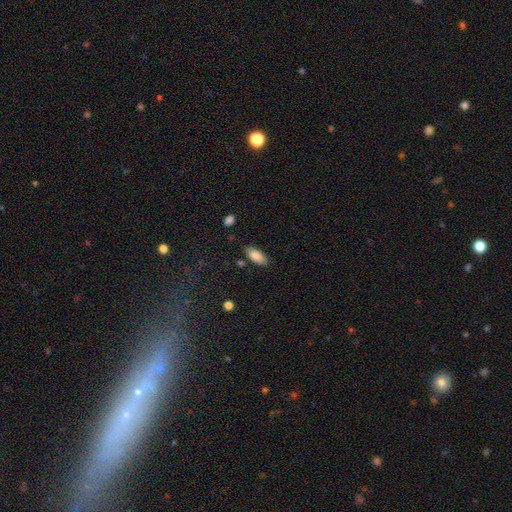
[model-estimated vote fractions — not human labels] smooth-or-featured: smooth: 86% | featured or disk: 7% | star or artifact: 7%
  how-rounded: in between: 84% | cigar-shaped: 14% | round: 2%
  merging: none: 84% | minor disturbance: 11% | merger: 3% | major disturbance: 2%